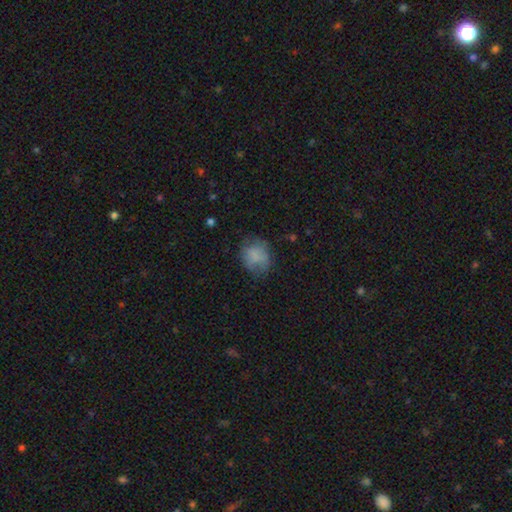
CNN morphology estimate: type=smooth (70%); roundness=round (55%); merging=none (58%).